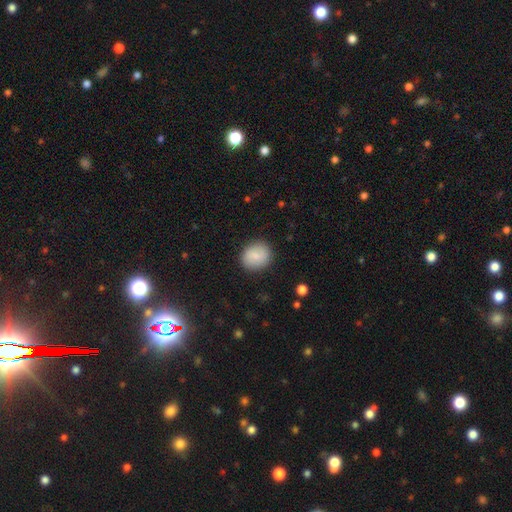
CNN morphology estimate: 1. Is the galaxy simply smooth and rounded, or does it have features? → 80% smooth, 13% featured or disk, 7% star or artifact.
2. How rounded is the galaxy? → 75% round, 24% in between, 1% cigar-shaped.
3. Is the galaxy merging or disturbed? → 87% none, 9% minor disturbance, 3% major disturbance, 1% merger.